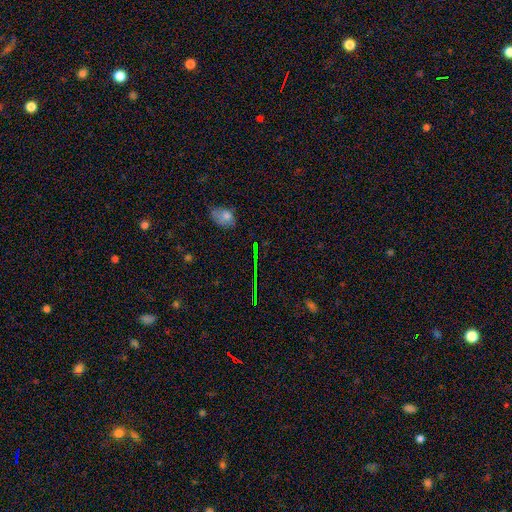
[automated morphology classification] A star or artifact, not a galaxy (64%).